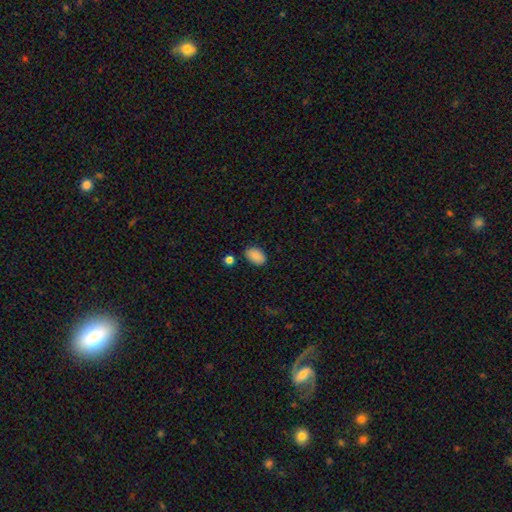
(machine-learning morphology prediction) Q: Smooth or featured?
A: smooth (88%); runner-up: star or artifact (8%)
Q: How rounded?
A: in between (88%); runner-up: round (10%)
Q: Merging?
A: none (80%); runner-up: minor disturbance (14%)